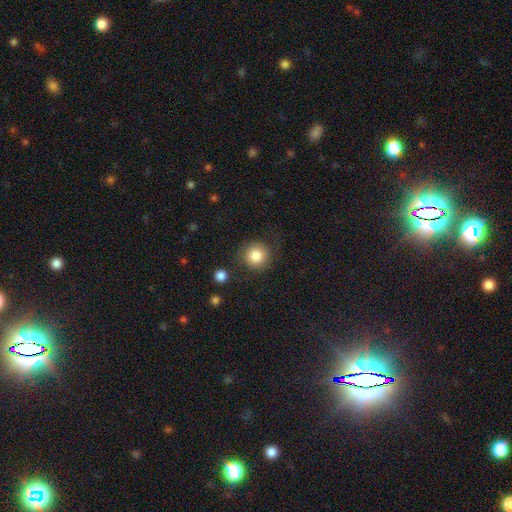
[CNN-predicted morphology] This is clearly a smooth galaxy (83%). How rounded: clearly round (92%). Merging: clearly none (81%).